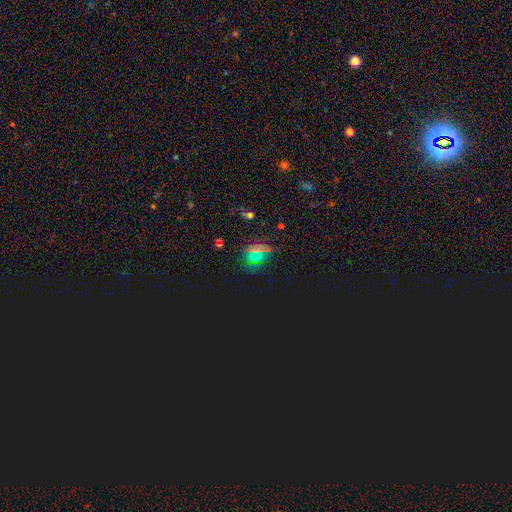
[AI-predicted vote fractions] This appears to be a star or artifact, not a galaxy (57%).